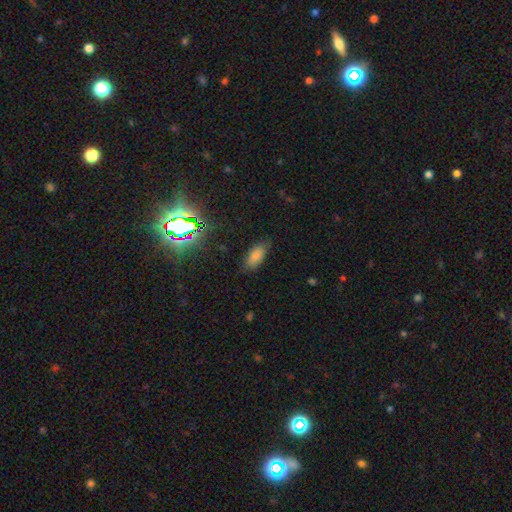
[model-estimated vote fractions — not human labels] A smooth galaxy with no disk features (78%) that is in between round and cigar-shaped (86%). Merging: none (81%).